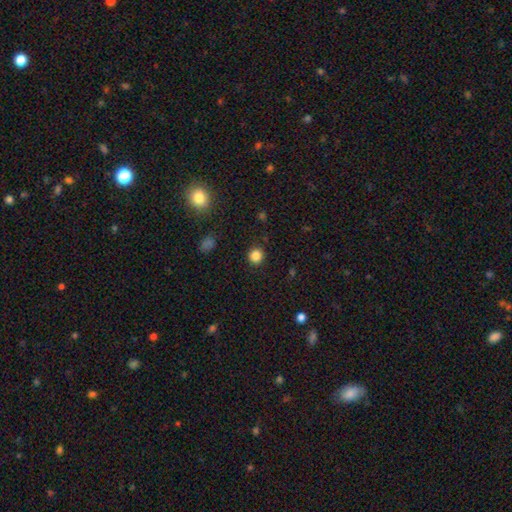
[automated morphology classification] Smooth or featured: smooth — 85% (star or artifact — 12%)
How rounded: round — 91% (in between — 8%)
Merging: none — 91% (minor disturbance — 6%)